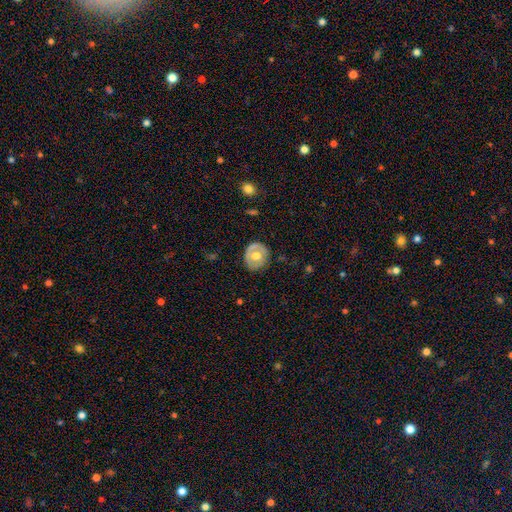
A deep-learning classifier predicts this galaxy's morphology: The model was most divided on "smooth or featured" (2-way tie): featured or disk: 47%, smooth: 47%, star or artifact: 6%. More confident: merging — none (75%).